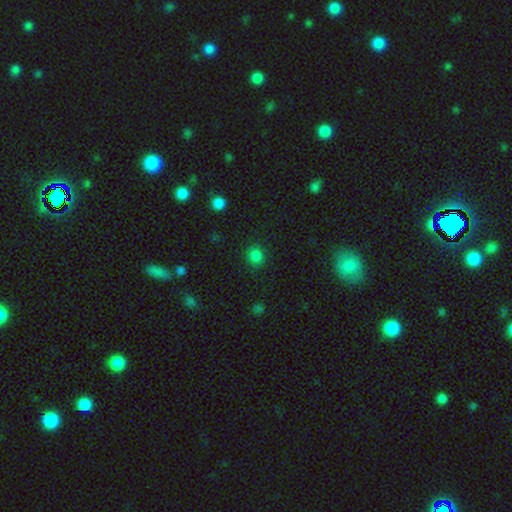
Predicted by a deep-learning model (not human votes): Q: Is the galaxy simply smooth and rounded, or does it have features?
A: smooth — 82%.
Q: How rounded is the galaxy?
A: round — 81%.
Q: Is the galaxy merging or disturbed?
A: none — 87%.